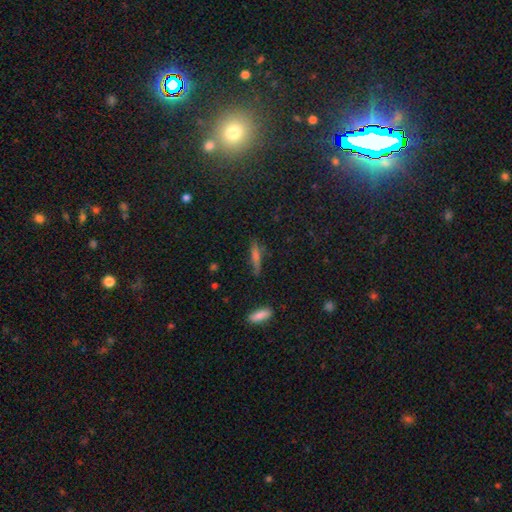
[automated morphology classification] This appears to be a smooth galaxy with no disk features (56%) that is cigar-shaped (83%). Merging: none (78%).